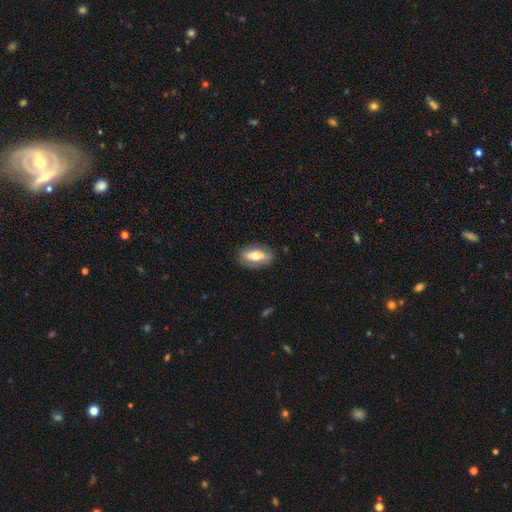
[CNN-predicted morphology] Smooth or featured?
  - smooth: 52% *
  - featured or disk: 42%
  - star or artifact: 7%
How rounded?
  - in between: 76% *
  - cigar-shaped: 18%
  - round: 6%
Merging?
  - none: 81% *
  - minor disturbance: 14%
  - major disturbance: 4%
  - merger: 1%